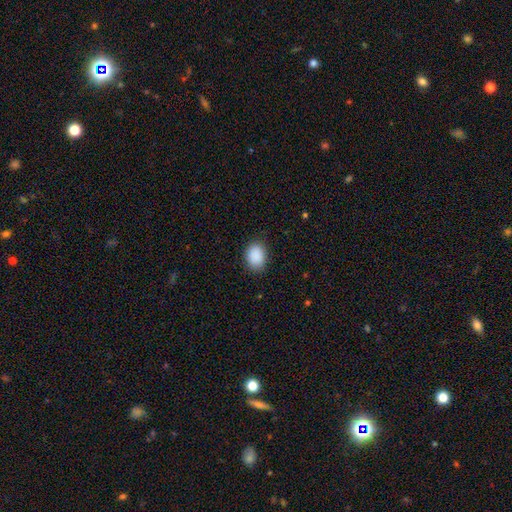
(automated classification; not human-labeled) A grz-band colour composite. It shows a smooth galaxy with no disk features (90%) that is in between round and cigar-shaped (74%). Merging: none (86%).